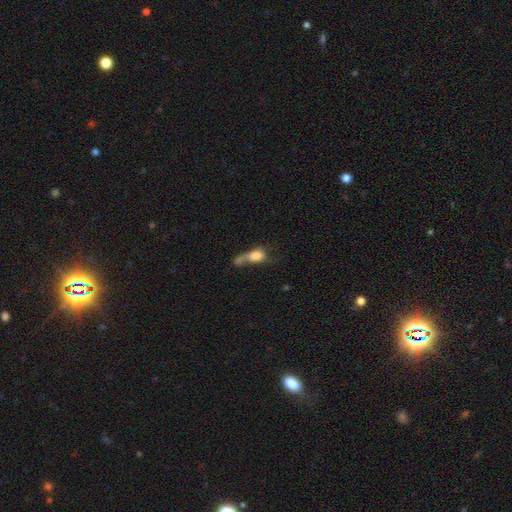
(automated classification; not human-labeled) This is likely a smooth galaxy (68%). How rounded: likely in between (63%). Merging: marginally merger (36%).